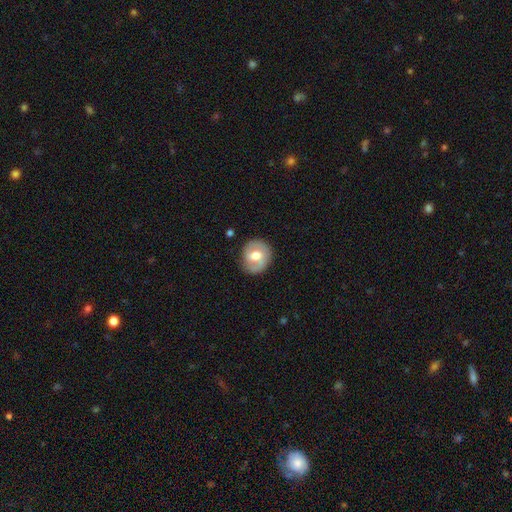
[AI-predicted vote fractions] Q: Smooth or featured?
A: featured or disk (51%); runner-up: smooth (42%)
Q: Edge-on disk?
A: no (97%); runner-up: yes (3%)
Q: Merging?
A: none (81%); runner-up: minor disturbance (14%)